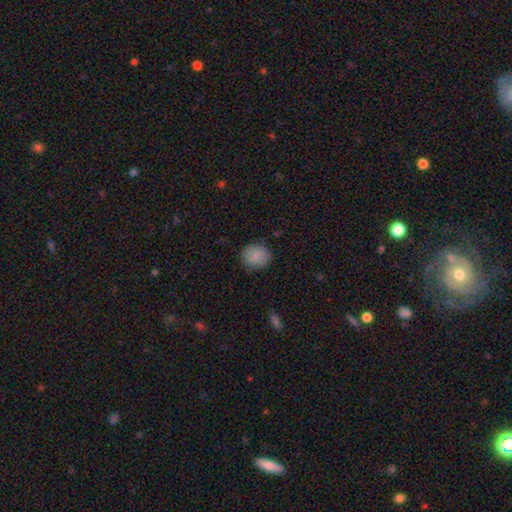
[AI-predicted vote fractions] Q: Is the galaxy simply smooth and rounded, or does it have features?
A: smooth — 81%.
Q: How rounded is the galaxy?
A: round — 79%.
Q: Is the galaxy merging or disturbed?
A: none — 85%.